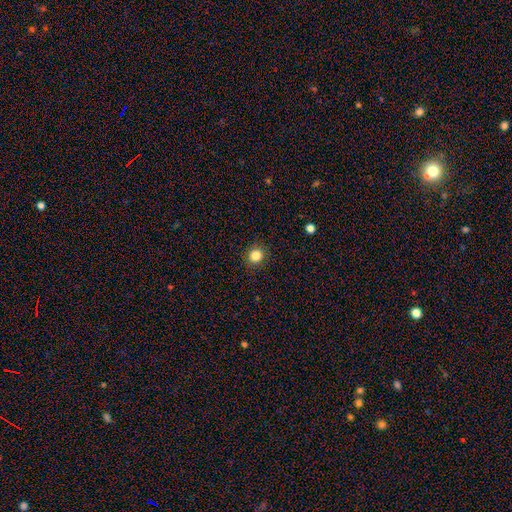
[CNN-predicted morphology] smooth-or-featured: smooth: 84% | star or artifact: 11% | featured or disk: 4%
  how-rounded: round: 86% | in between: 13% | cigar-shaped: 1%
  merging: none: 91% | minor disturbance: 6% | major disturbance: 2% | merger: 1%